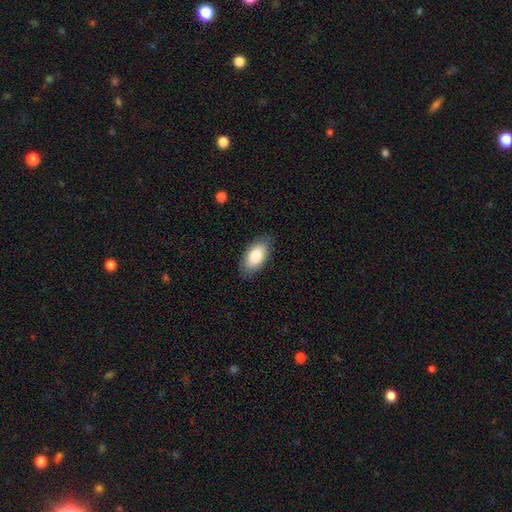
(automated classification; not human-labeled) smooth 82%, featured or disk 11%, star or artifact 6%. Down the decision tree: how rounded — in between (93%); merging — none (85%).